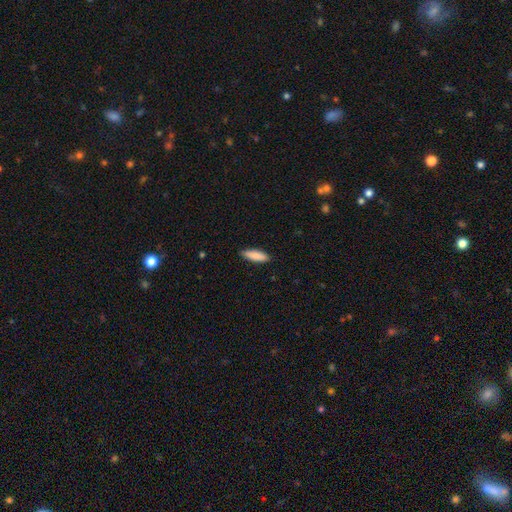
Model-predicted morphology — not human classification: A smooth galaxy with no disk features (88%) that is cigar-shaped (51%). Merging: none (88%).